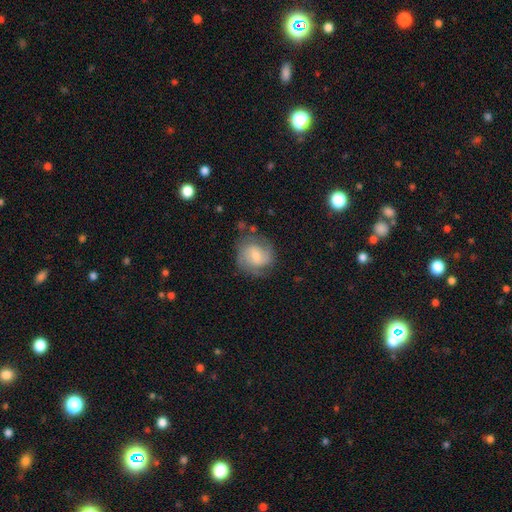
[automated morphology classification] The model was most divided on "bar": weak: 47%, no: 43%, strong: 10%. Remaining: edge-on disk — no (97%); spiral arms — yes (89%); merging — none (66%); spiral arm count — 2 (65%); smooth or featured — featured or disk (61%); bulge size — moderate (48%); spiral winding — medium (46%).